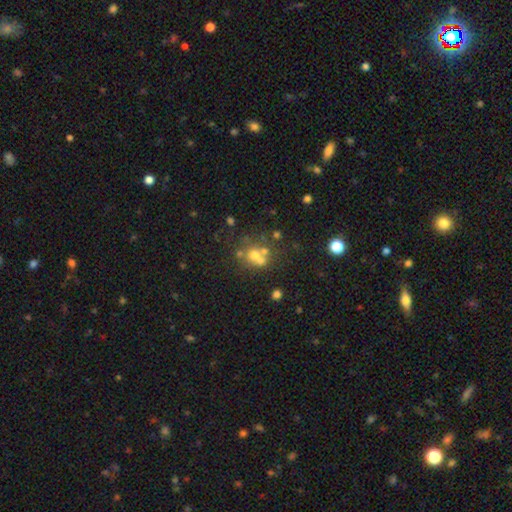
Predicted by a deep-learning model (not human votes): Q: Smooth or featured?
A: smooth (53%); runner-up: featured or disk (27%)
Q: How rounded?
A: round (81%); runner-up: in between (18%)
Q: Merging?
A: none (43%); runner-up: merger (41%)